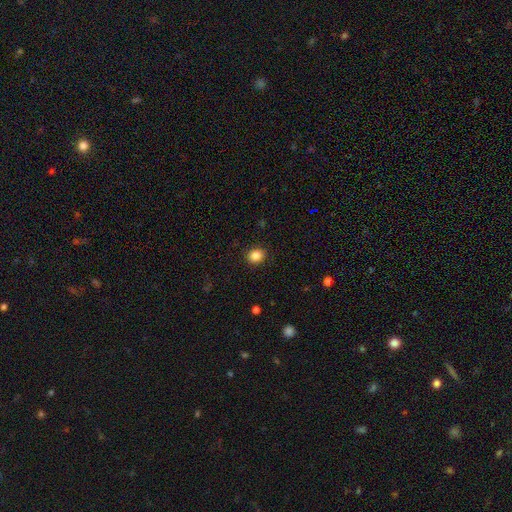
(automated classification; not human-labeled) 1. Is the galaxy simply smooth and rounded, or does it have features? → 86% smooth, 10% star or artifact, 4% featured or disk.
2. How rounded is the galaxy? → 70% round, 29% in between, 1% cigar-shaped.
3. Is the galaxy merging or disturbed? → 90% none, 7% minor disturbance, 2% major disturbance, 1% merger.